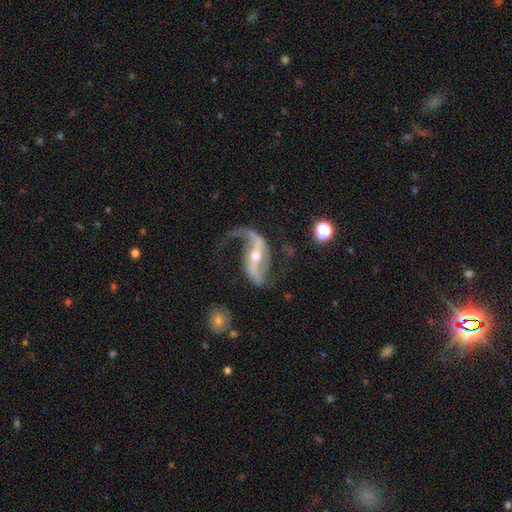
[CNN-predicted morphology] The model was most divided on "bulge size": moderate: 56%, small: 39%, large: 3%, none: 1%, dominant: 1%. More confident: spiral arms — yes (97%); edge-on disk — no (95%); smooth or featured — featured or disk (91%); spiral arm count — 2 (87%); spiral winding — loose (77%); merging — none (62%); bar — strong (57%).